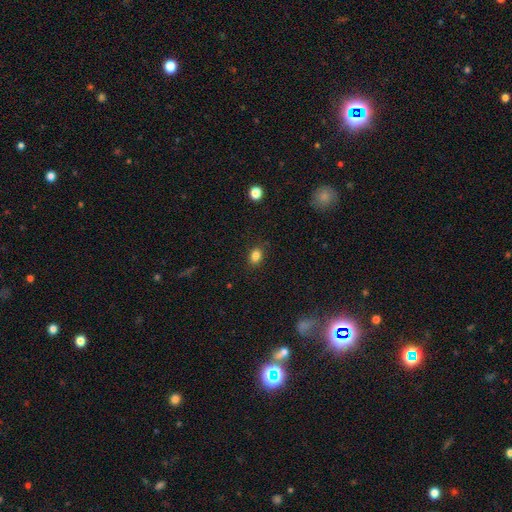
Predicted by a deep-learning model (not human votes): smooth_or_featured: smooth (p=0.84) [alt: star or artifact p=0.11]
how_rounded: in between (p=0.65) [alt: round p=0.33]
merging: none (p=0.85) [alt: minor disturbance p=0.12]